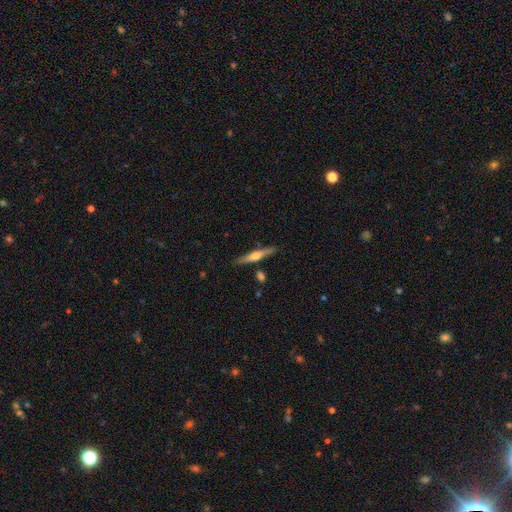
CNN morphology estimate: This appears to be a featured or disk galaxy (60%) viewed edge-on (96%) with a rounded central bulge (84%). Merging: none (84%).